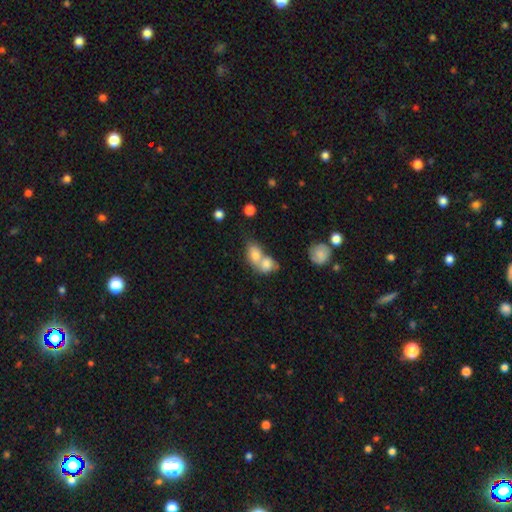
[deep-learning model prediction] This appears to be a smooth galaxy with no disk features (74%) that is in between round and cigar-shaped (63%). Merging: merger (71%).